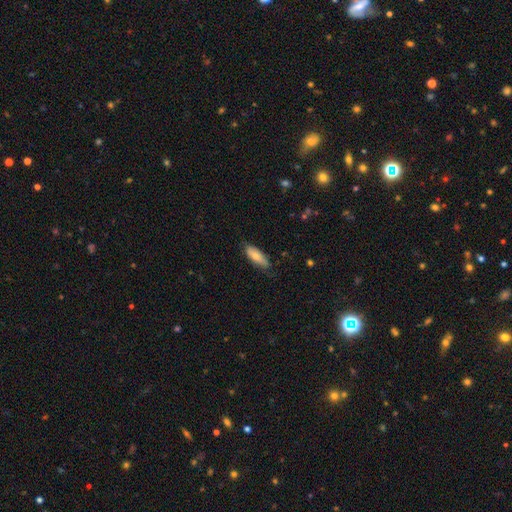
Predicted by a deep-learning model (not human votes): Q: Smooth or featured?
A: smooth (75%); runner-up: featured or disk (19%)
Q: How rounded?
A: in between (69%); runner-up: cigar-shaped (29%)
Q: Merging?
A: none (72%); runner-up: minor disturbance (23%)